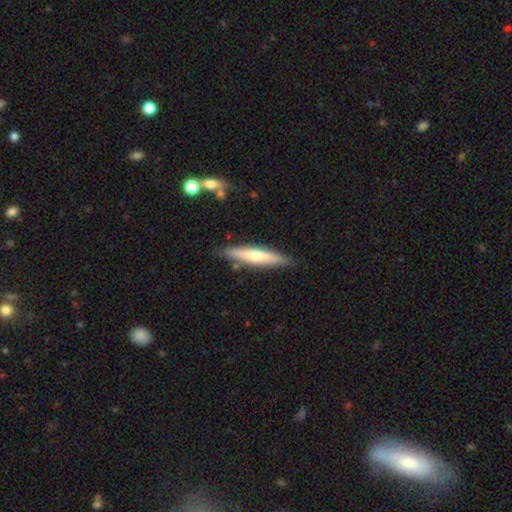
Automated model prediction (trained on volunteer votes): This is possibly a smooth galaxy (54%). How rounded: clearly cigar-shaped (89%). Merging: clearly none (84%).